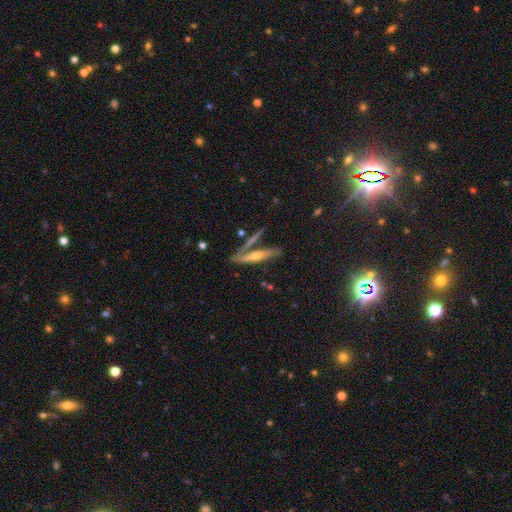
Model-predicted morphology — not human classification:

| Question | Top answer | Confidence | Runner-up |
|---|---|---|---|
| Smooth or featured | featured or disk | 60% | smooth (32%) |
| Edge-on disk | yes | 86% | no (14%) |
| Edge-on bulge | rounded | 77% | none (18%) |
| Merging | none | 64% | minor disturbance (16%) |